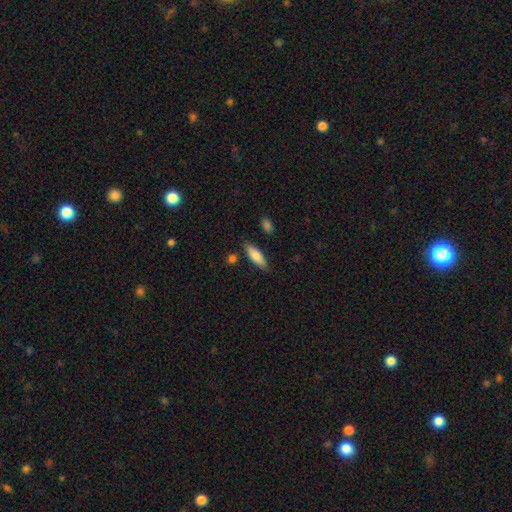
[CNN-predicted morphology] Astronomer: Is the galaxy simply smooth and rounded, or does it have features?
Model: smooth — 79%.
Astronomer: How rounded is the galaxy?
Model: in between — 53% (runner-up: cigar-shaped, 45%).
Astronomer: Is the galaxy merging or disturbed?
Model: none — 82%.